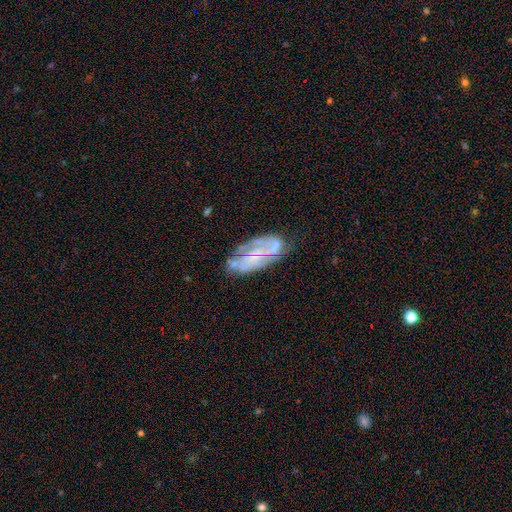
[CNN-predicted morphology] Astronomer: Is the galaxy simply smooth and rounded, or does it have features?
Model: featured or disk — 75%.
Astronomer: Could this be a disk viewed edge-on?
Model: no — 93%.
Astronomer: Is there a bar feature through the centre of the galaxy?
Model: no — 60%.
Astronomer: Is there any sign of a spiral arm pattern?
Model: yes — 77%.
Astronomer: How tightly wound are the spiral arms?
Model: tight — 44% (runner-up: medium, 39%).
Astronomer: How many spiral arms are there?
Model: can't tell — 36% (runner-up: 2, 31%).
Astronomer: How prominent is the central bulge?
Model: small — 53%.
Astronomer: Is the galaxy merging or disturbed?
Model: none — 59%.